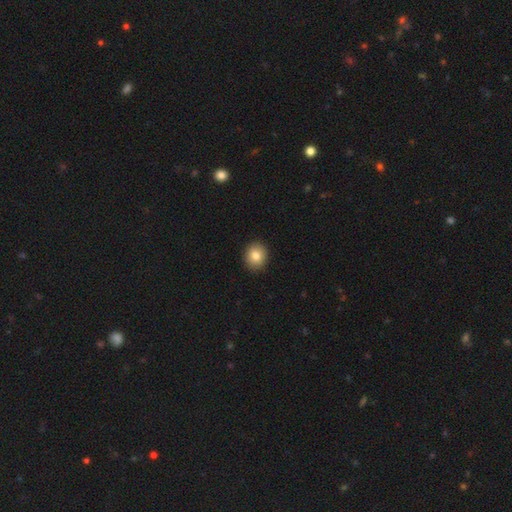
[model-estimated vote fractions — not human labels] A smooth galaxy with no disk features (82%) that is round (76%).

Vote fractions:
- Smooth or featured? smooth: 82% / star or artifact: 9% / featured or disk: 9%
- How rounded? round: 76% / in between: 23% / cigar-shaped: 1%
- Merging? none: 92% / minor disturbance: 6% / major disturbance: 2% / merger: 1%